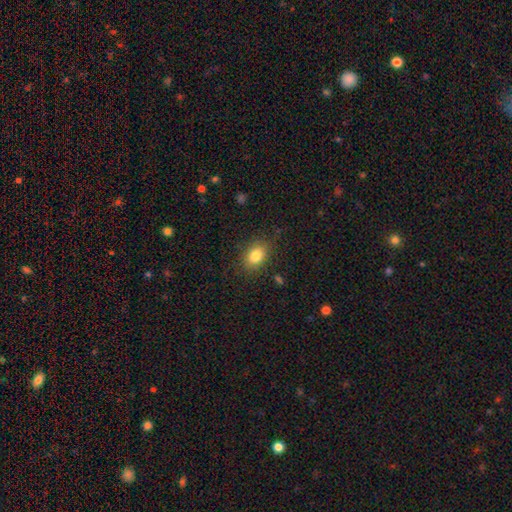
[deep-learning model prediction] The model was most divided on "how rounded": in between: 76%, round: 23%, cigar-shaped: 1%. More confident: merging — none (83%); smooth or featured — smooth (83%).